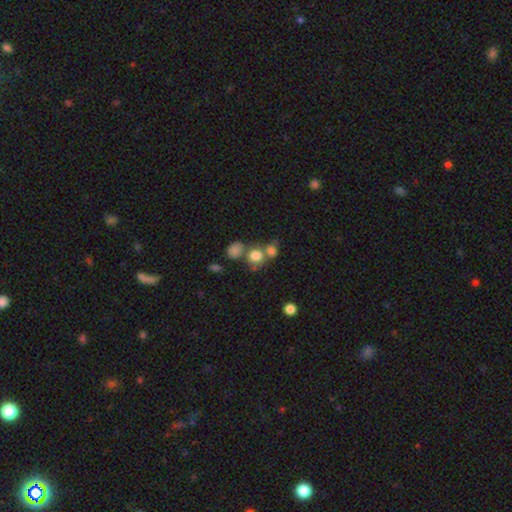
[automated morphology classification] Q: Smooth or featured?
A: smooth (76%); runner-up: star or artifact (14%)
Q: How rounded?
A: round (82%); runner-up: in between (17%)
Q: Merging?
A: none (47%); runner-up: merger (38%)